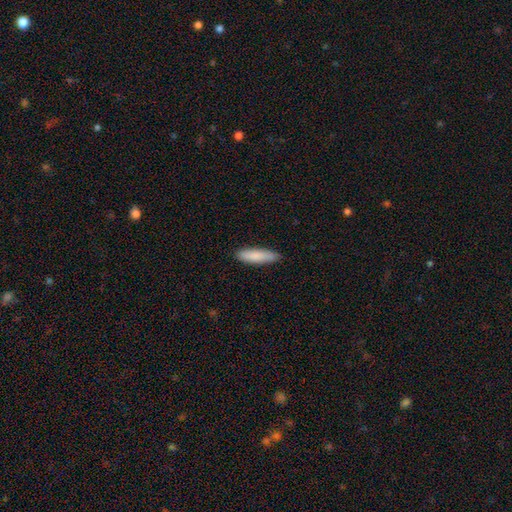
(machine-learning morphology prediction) type=smooth (85%); roundness=cigar-shaped (68%); merging=none (86%).